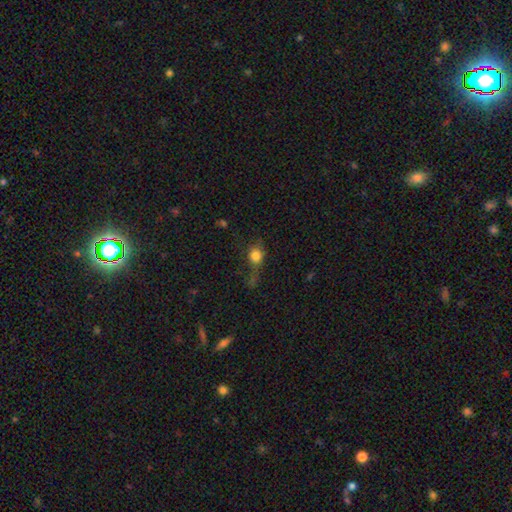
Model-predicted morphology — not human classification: type=smooth (76%); roundness=round (72%); merging=none (45%).